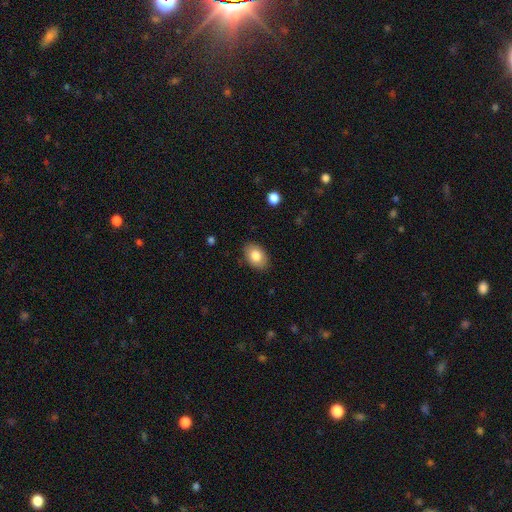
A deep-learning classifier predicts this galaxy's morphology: Smooth or featured: smooth — 83% (featured or disk — 10%)
How rounded: in between — 83% (round — 16%)
Merging: none — 86% (minor disturbance — 10%)